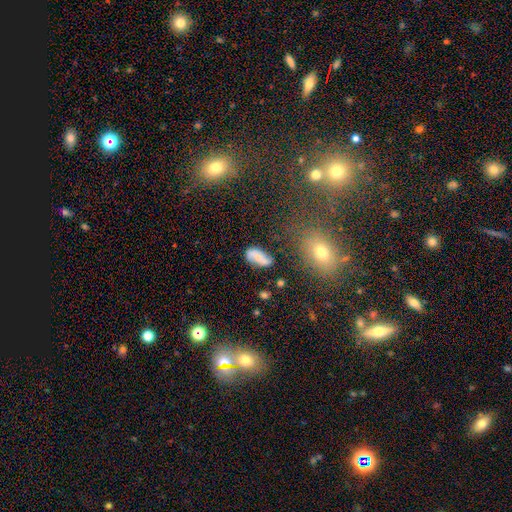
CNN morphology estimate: This appears to be a smooth galaxy with no disk features (49%). Merging: none (61%).